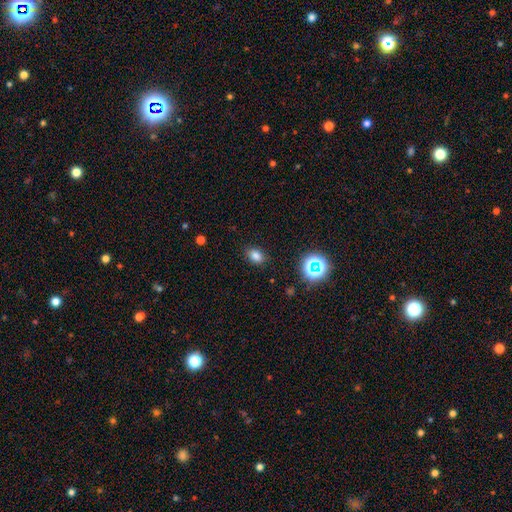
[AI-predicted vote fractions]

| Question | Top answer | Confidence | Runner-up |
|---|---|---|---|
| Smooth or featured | smooth | 78% | star or artifact (16%) |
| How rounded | in between | 78% | round (21%) |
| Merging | none | 86% | minor disturbance (10%) |